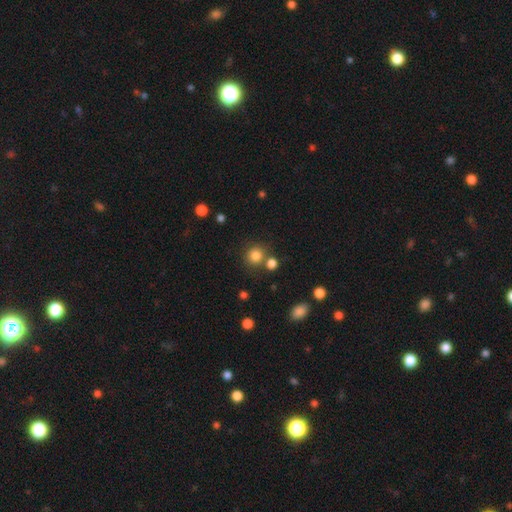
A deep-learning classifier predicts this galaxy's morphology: This appears to be a smooth galaxy with no disk features (82%) that is round (89%). Merging: none (72%).